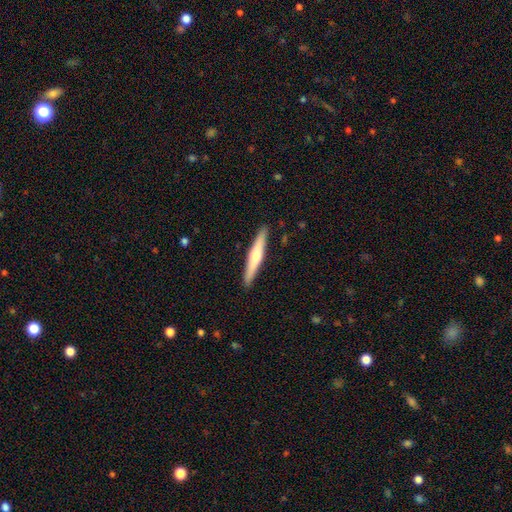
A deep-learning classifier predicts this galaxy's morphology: A featured or disk galaxy (48%).

Vote fractions:
- Smooth or featured? featured or disk: 48% / smooth: 47% / star or artifact: 5%
- Merging? none: 91% / minor disturbance: 7% / major disturbance: 1% / merger: 1%